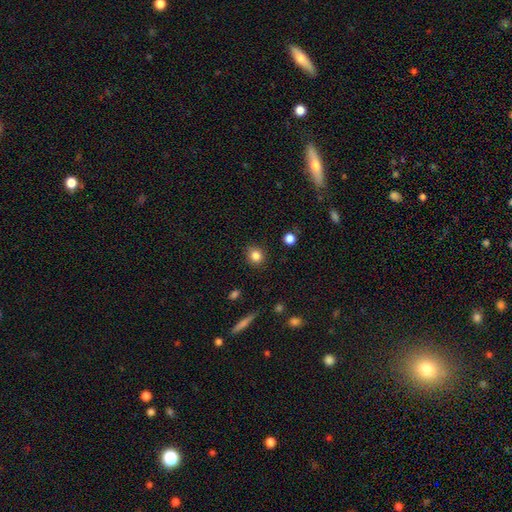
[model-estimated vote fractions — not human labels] Smooth or featured? smooth (83%)
How rounded? round (85%)
Merging? none (89%)